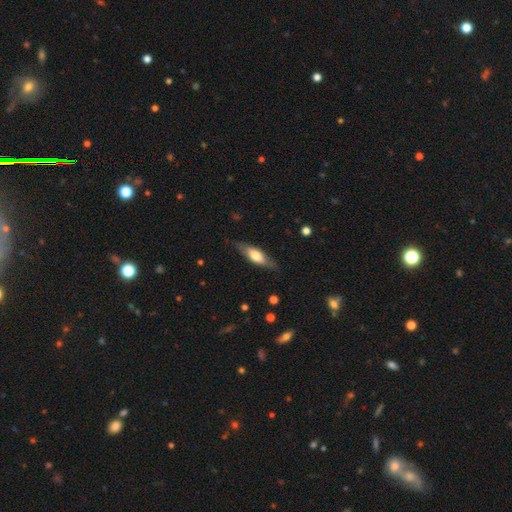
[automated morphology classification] This is possibly a smooth galaxy (55%). How rounded: possibly in between (51%). Merging: clearly none (81%).